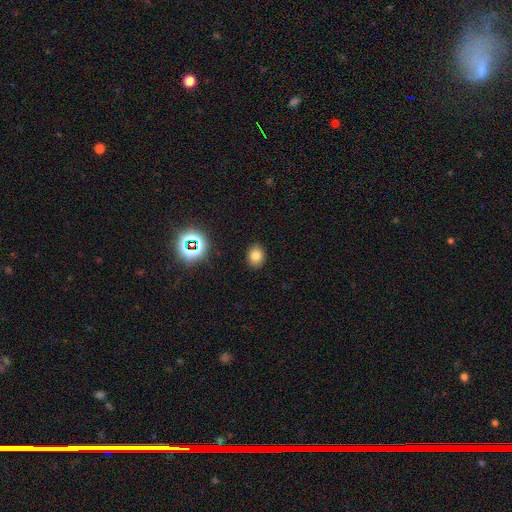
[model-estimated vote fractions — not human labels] Smooth or featured?
  - smooth: 76% *
  - star or artifact: 16%
  - featured or disk: 8%
How rounded?
  - round: 56% *
  - in between: 43%
  - cigar-shaped: 1%
Merging?
  - none: 89% *
  - minor disturbance: 7%
  - major disturbance: 2%
  - merger: 1%